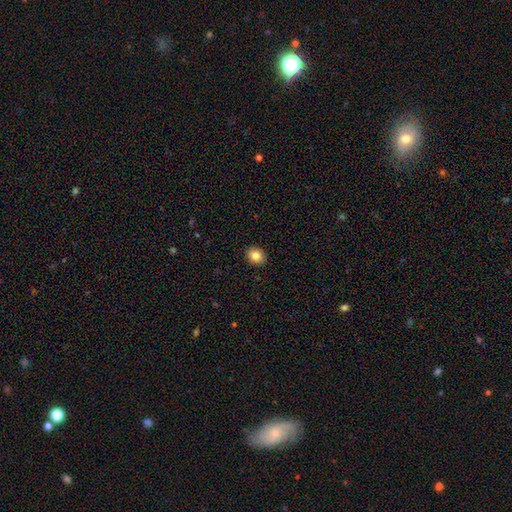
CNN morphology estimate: Q: Smooth or featured?
A: smooth (83%); runner-up: star or artifact (10%)
Q: How rounded?
A: round (70%); runner-up: in between (29%)
Q: Merging?
A: none (92%); runner-up: minor disturbance (6%)